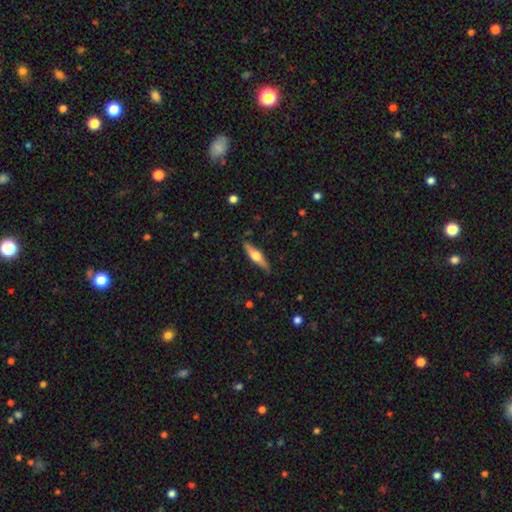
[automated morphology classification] The model was most divided on "smooth or featured": featured or disk: 54%, smooth: 41%, star or artifact: 5%. More confident: edge-on disk — yes (94%); edge-on bulge — rounded (93%); merging — none (87%).